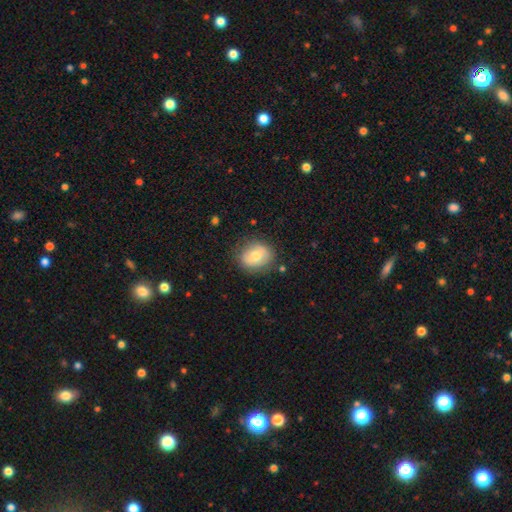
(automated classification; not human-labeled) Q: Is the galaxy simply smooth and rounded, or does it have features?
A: smooth — 65%.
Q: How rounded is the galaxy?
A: round — 60%.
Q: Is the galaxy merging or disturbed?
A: none — 81%.